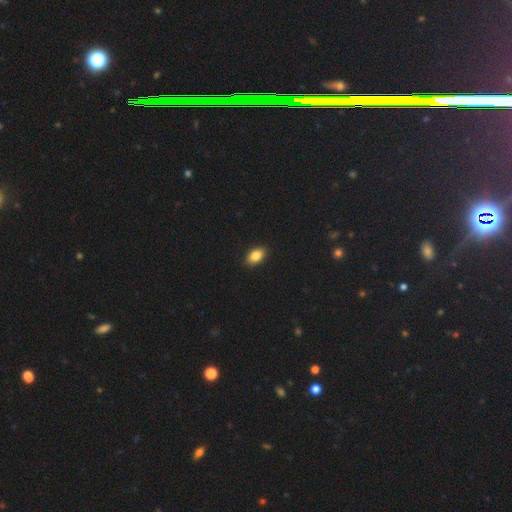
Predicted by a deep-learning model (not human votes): This is clearly a smooth galaxy (86%). How rounded: clearly in between (88%). Merging: clearly none (90%).